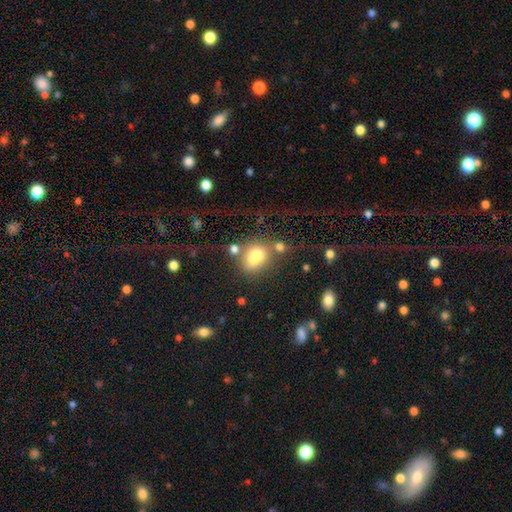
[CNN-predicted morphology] This appears to be a smooth galaxy with no disk features (67%) that is round (53%). Merging: merger (39%).